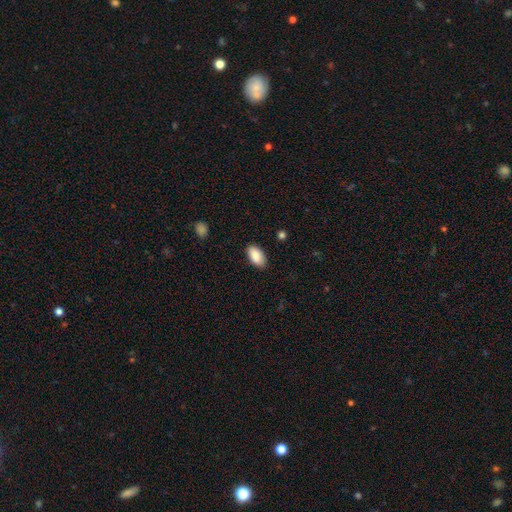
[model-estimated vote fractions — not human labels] Smooth or featured: smooth — 88% (star or artifact — 7%)
How rounded: in between — 94% (cigar-shaped — 3%)
Merging: none — 86% (minor disturbance — 11%)